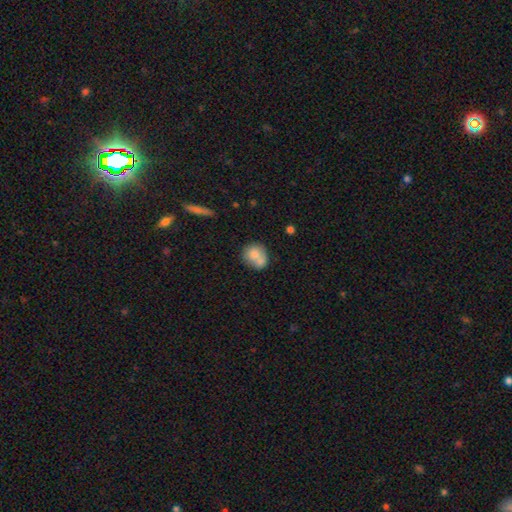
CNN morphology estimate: type=smooth (75%); roundness=round (75%); merging=none (41%).